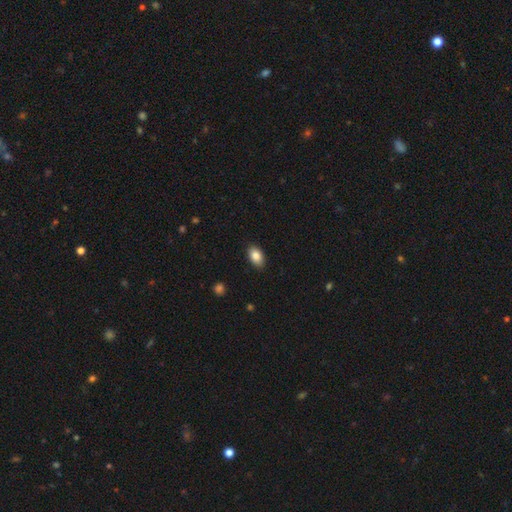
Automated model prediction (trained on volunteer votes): Smooth or featured?
  - smooth: 86% *
  - star or artifact: 7%
  - featured or disk: 6%
How rounded?
  - in between: 91% *
  - round: 8%
  - cigar-shaped: 1%
Merging?
  - none: 88% *
  - minor disturbance: 9%
  - major disturbance: 2%
  - merger: 1%